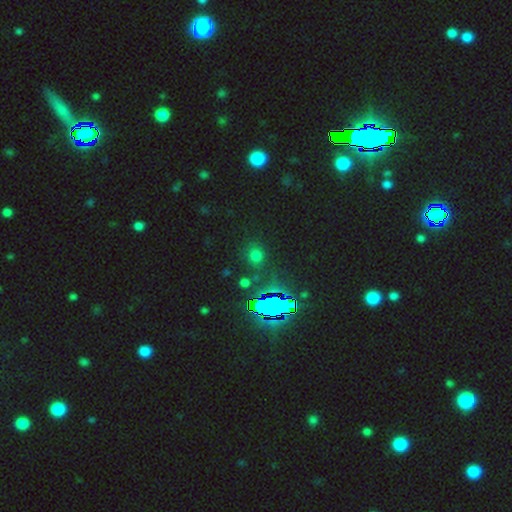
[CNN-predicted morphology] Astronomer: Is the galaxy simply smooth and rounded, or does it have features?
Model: smooth — 56% (runner-up: star or artifact, 37%).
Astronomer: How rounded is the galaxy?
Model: round — 83%.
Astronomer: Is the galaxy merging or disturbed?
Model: none — 84%.